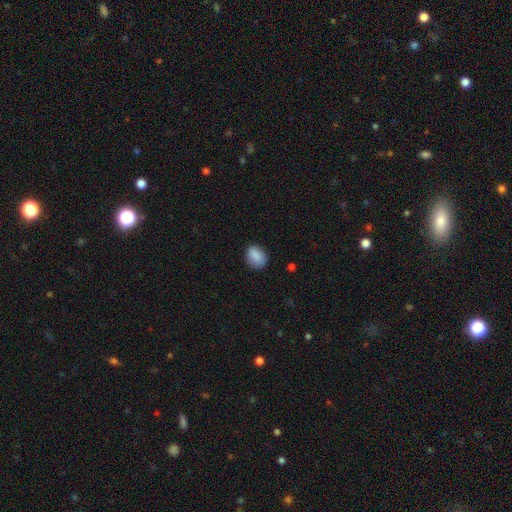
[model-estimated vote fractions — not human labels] Q: Smooth or featured?
A: smooth (87%); runner-up: star or artifact (8%)
Q: How rounded?
A: in between (69%); runner-up: round (30%)
Q: Merging?
A: none (79%); runner-up: minor disturbance (16%)